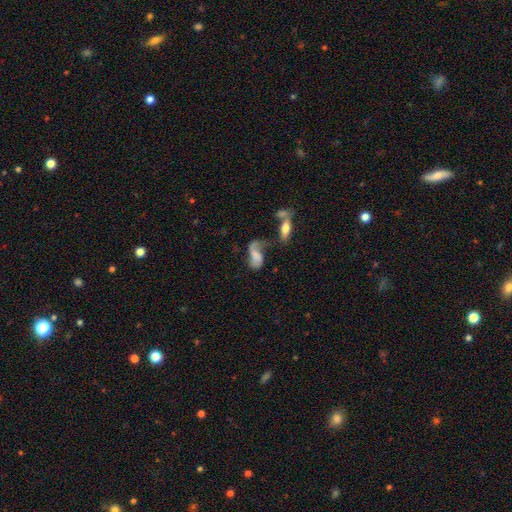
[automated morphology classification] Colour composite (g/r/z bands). It shows a featured or disk galaxy (48%). Merging: none (28%, tied with major disturbance).